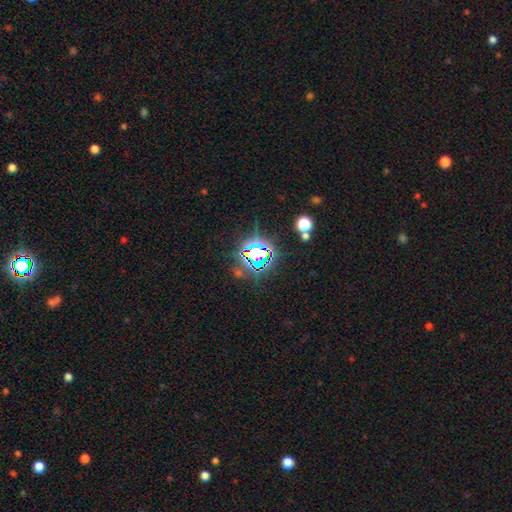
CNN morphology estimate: Overall: star or artifact (79%).